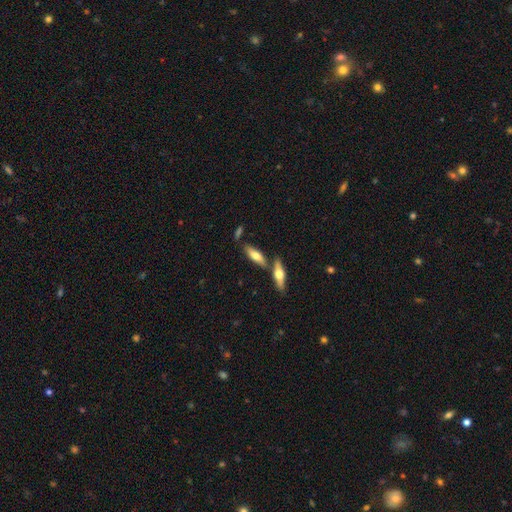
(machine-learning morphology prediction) Smooth or featured: smooth — 61% (featured or disk — 33%)
How rounded: in between — 52% (cigar-shaped — 46%)
Merging: none — 64% (merger — 21%)